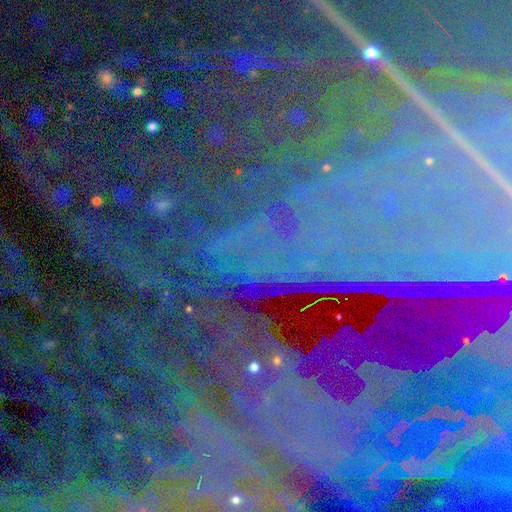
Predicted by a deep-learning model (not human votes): Smooth or featured: star or artifact — 85% (featured or disk — 8%)